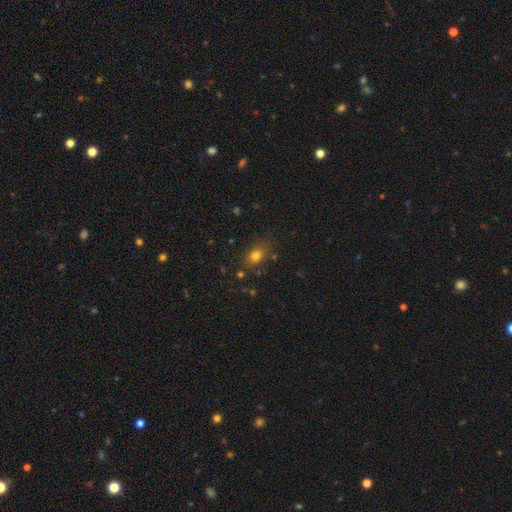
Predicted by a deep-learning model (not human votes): Smooth or featured? Predicted: smooth (p=0.78). How rounded? Predicted: in between (p=0.72). Merging? Predicted: none (p=0.78).